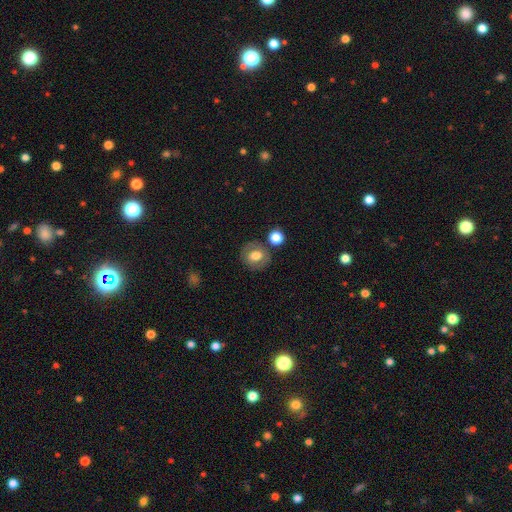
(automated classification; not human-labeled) Smooth or featured: smooth — 66% (featured or disk — 25%)
How rounded: round — 76% (in between — 23%)
Merging: none — 77% (minor disturbance — 11%)